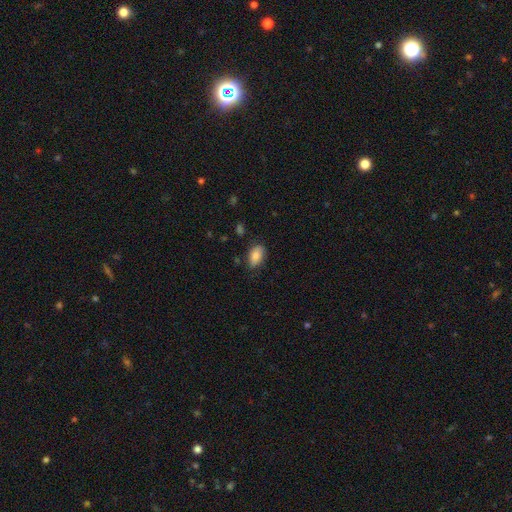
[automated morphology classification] smooth-or-featured: smooth: 84% | featured or disk: 9% | star or artifact: 7%
  how-rounded: in between: 91% | round: 7% | cigar-shaped: 2%
  merging: none: 70% | minor disturbance: 23% | major disturbance: 5% | merger: 2%